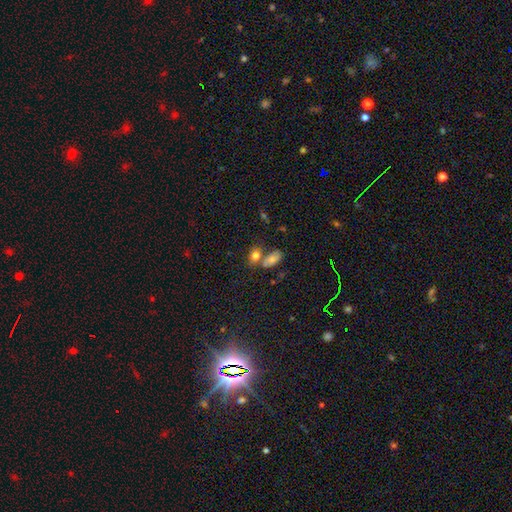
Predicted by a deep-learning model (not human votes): smooth 77%, featured or disk 12%, star or artifact 10%. Down the decision tree: how rounded — in between (76%); merging — none (47%).